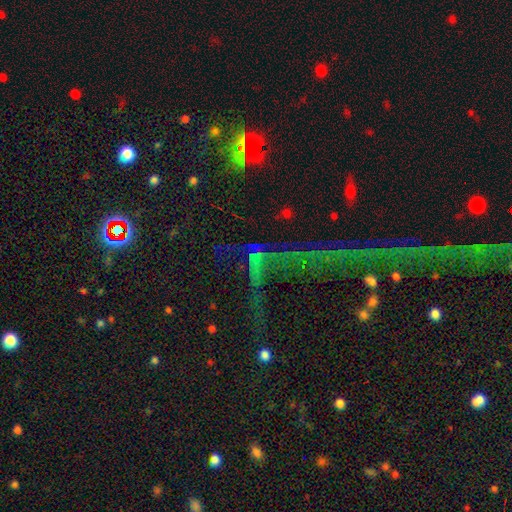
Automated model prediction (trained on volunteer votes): Q: Smooth or featured?
A: star or artifact (73%); runner-up: featured or disk (14%)